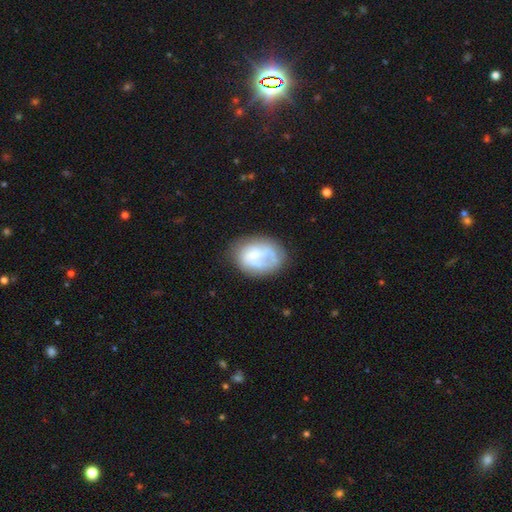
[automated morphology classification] smooth-or-featured: featured or disk: 49% | smooth: 42% | star or artifact: 9%
  merging: none: 50% | minor disturbance: 26% | major disturbance: 18% | merger: 5%